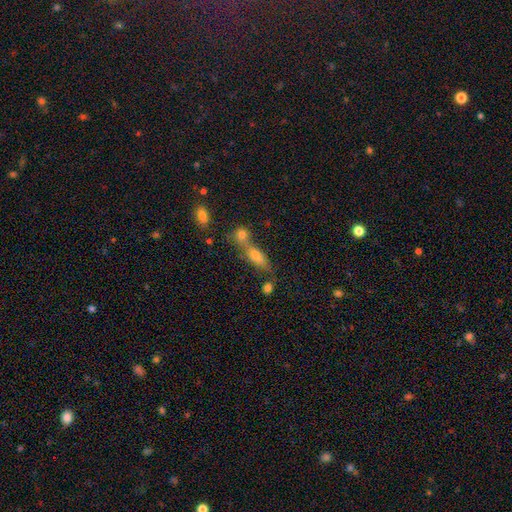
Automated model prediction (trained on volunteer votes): A smooth galaxy with no disk features (61%) that is in between round and cigar-shaped (52%).

Vote fractions:
- Smooth or featured? smooth: 61% / featured or disk: 24% / star or artifact: 15%
- How rounded? in between: 52% / cigar-shaped: 42% / round: 6%
- Merging? none: 44% / merger: 40% / minor disturbance: 11% / major disturbance: 5%